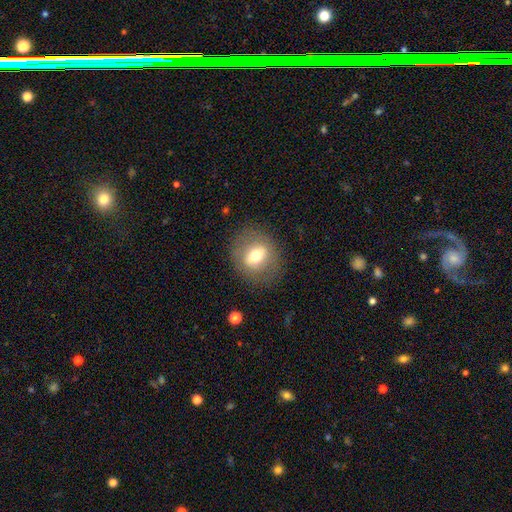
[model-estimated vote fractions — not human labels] A smooth galaxy with no disk features (58%) that is round (62%). Merging: none (82%).